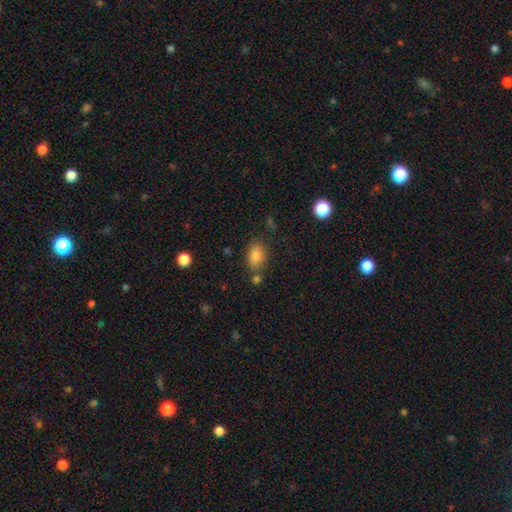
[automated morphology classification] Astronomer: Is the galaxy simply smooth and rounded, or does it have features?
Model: smooth — 84%.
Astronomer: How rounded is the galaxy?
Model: in between — 85%.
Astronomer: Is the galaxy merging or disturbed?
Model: none — 72%.